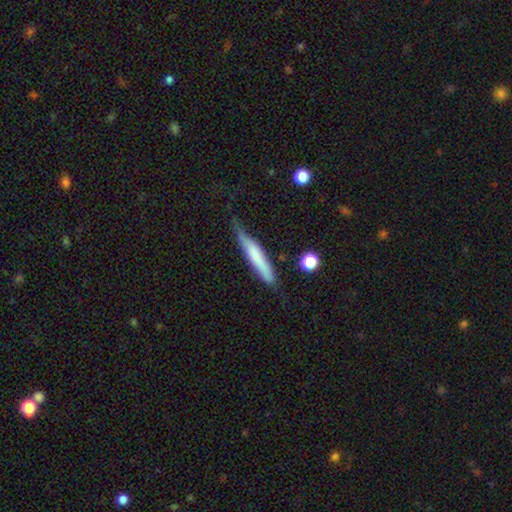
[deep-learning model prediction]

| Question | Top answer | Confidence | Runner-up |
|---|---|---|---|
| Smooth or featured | smooth | 63% | featured or disk (31%) |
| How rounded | cigar-shaped | 92% | in between (6%) |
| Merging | none | 55% | minor disturbance (33%) |